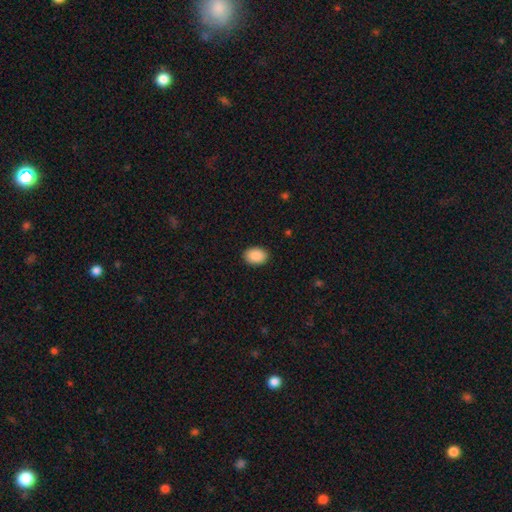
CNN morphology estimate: A smooth galaxy with no disk features (90%) that is in between round and cigar-shaped (78%). Merging: none (90%).